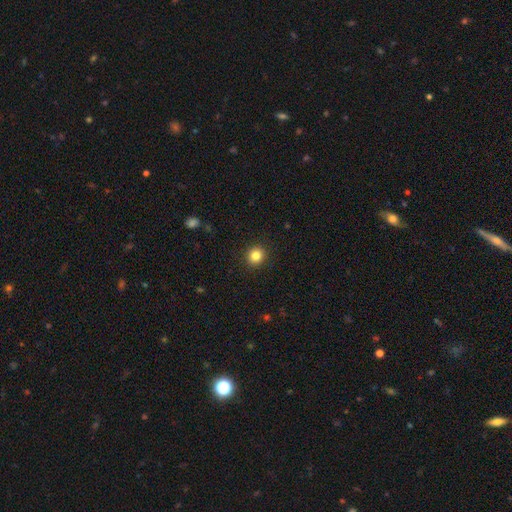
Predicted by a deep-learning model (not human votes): A smooth galaxy with no disk features (83%) that is round (86%).

Vote fractions:
- Smooth or featured? smooth: 83% / star or artifact: 11% / featured or disk: 6%
- How rounded? round: 86% / in between: 14% / cigar-shaped: 1%
- Merging? none: 92% / minor disturbance: 5% / major disturbance: 2% / merger: 1%